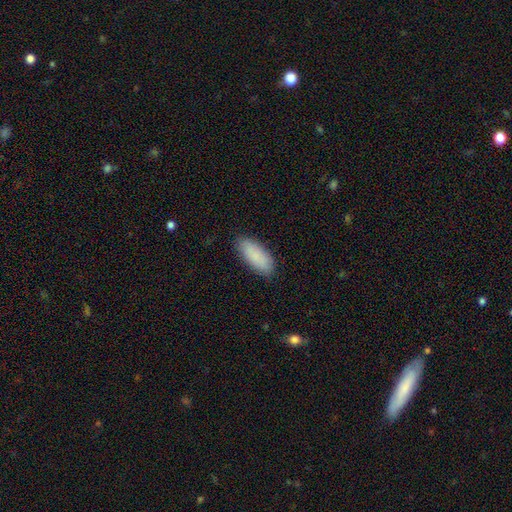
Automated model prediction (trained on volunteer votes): smooth_or_featured: smooth (p=0.89) [alt: star or artifact p=0.06]
how_rounded: in between (p=0.82) [alt: cigar-shaped p=0.17]
merging: none (p=0.87) [alt: minor disturbance p=0.10]